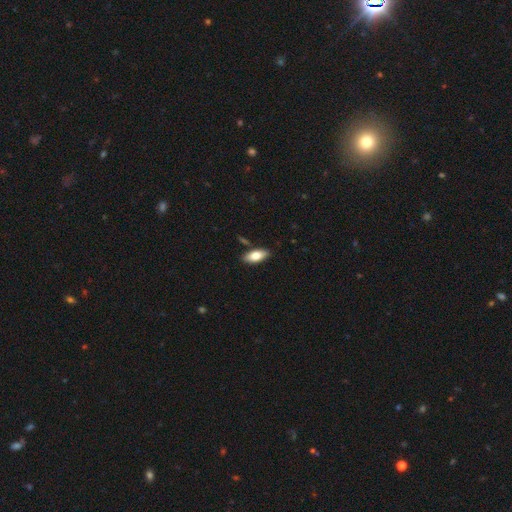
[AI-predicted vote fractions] A smooth galaxy with no disk features (78%) that is in between round and cigar-shaped (86%).

Vote fractions:
- Smooth or featured? smooth: 78% / featured or disk: 16% / star or artifact: 6%
- How rounded? in between: 86% / cigar-shaped: 11% / round: 2%
- Merging? none: 84% / minor disturbance: 10% / merger: 4% / major disturbance: 2%